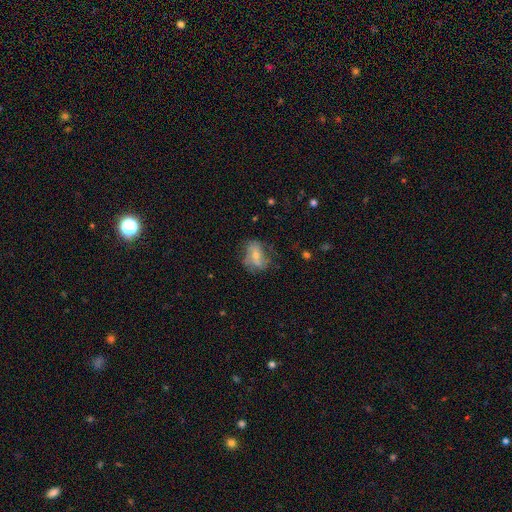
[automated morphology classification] type=featured or disk (48%); merging=none (56%).